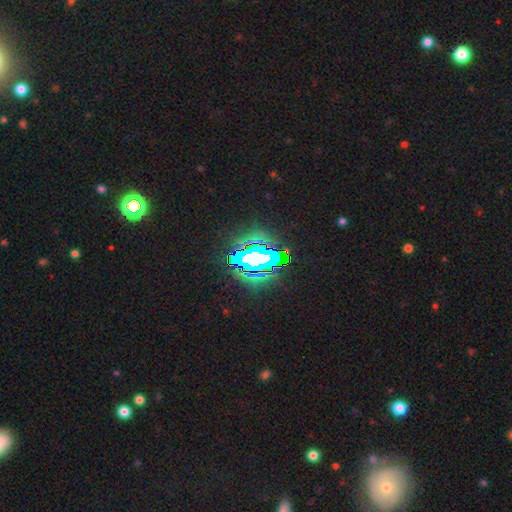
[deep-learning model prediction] Q: Smooth or featured?
A: star or artifact (69%); runner-up: featured or disk (16%)